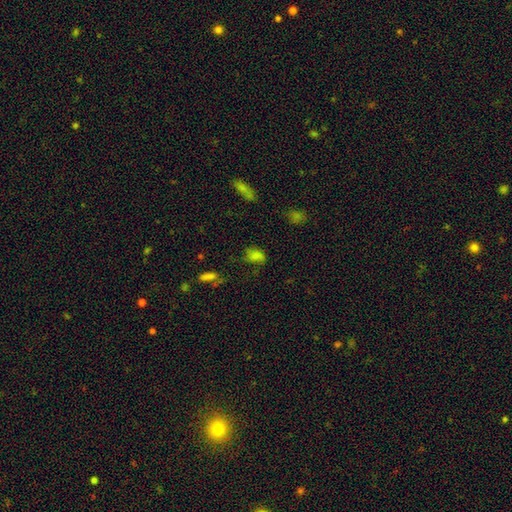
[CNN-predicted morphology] smooth 69%, star or artifact 18%, featured or disk 14%. Down the decision tree: how rounded — in between (76%); merging — none (51%).